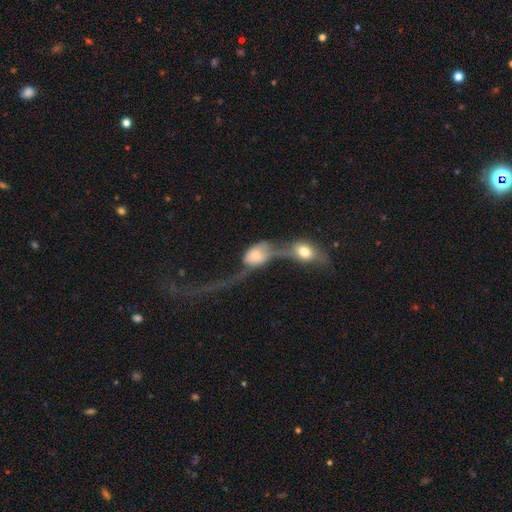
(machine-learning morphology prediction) Smooth or featured: smooth — 54% (featured or disk — 38%)
How rounded: in between — 74% (round — 22%)
Merging: merger — 75% (major disturbance — 14%)